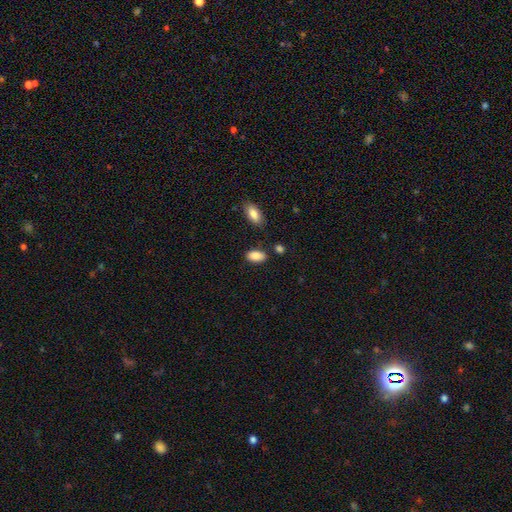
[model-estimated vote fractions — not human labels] Q: Smooth or featured?
A: smooth (88%); runner-up: star or artifact (7%)
Q: How rounded?
A: in between (92%); runner-up: round (5%)
Q: Merging?
A: none (79%); runner-up: minor disturbance (13%)